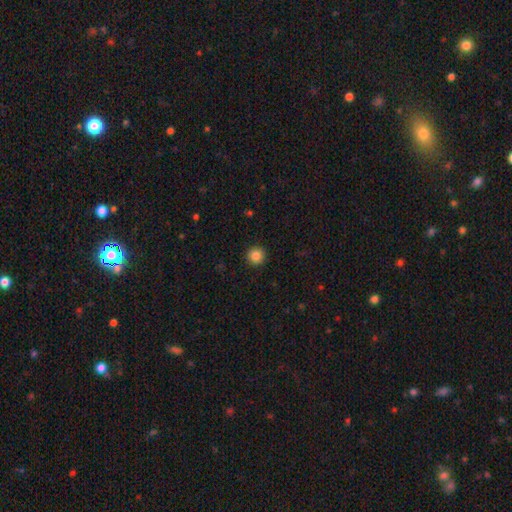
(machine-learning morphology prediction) The model was most divided on "smooth or featured": smooth: 86%, star or artifact: 10%, featured or disk: 4%. More confident: how rounded — round (95%); merging — none (93%).